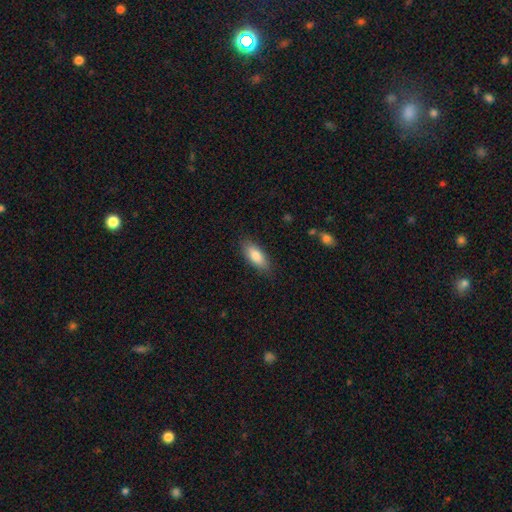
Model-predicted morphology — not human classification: A smooth galaxy with no disk features (84%) that is in between round and cigar-shaped (78%).

Vote fractions:
- Smooth or featured? smooth: 84% / featured or disk: 10% / star or artifact: 6%
- How rounded? in between: 78% / cigar-shaped: 20% / round: 2%
- Merging? none: 84% / minor disturbance: 12% / major disturbance: 3% / merger: 1%